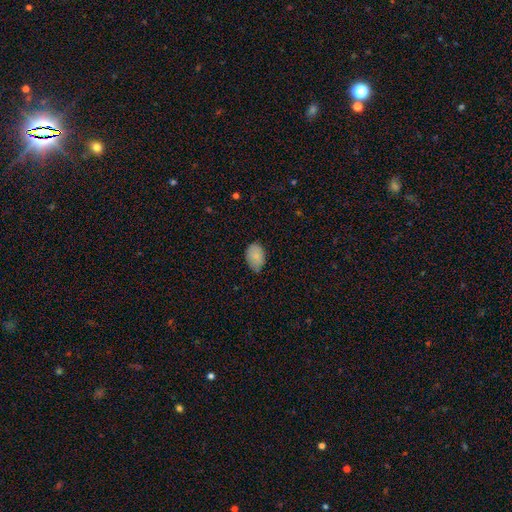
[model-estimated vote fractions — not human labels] A smooth galaxy with no disk features (86%) that is in between round and cigar-shaped (86%). Merging: none (68%).